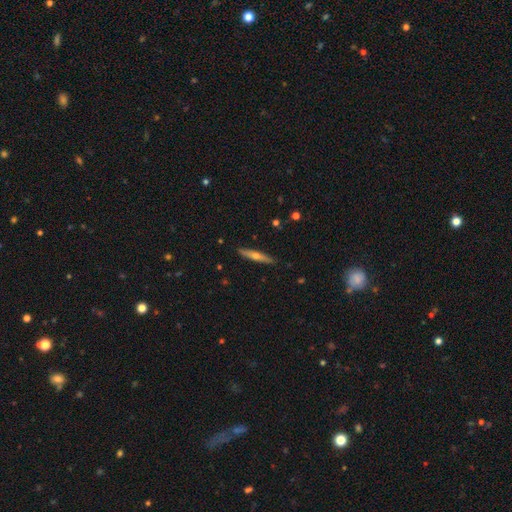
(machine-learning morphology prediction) The model was most divided on "smooth or featured": featured or disk: 56%, smooth: 37%, star or artifact: 6%. More confident: edge-on disk — yes (94%); merging — none (90%); edge-on bulge — rounded (85%).